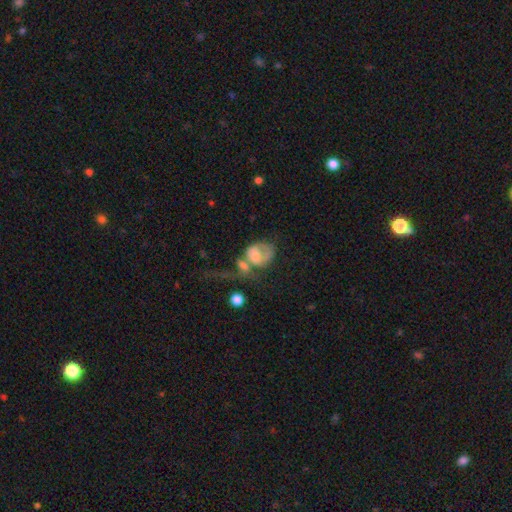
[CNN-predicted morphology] This appears to be a smooth galaxy with no disk features (51%) that is in between round and cigar-shaped (53%). Merging: merger (45%).